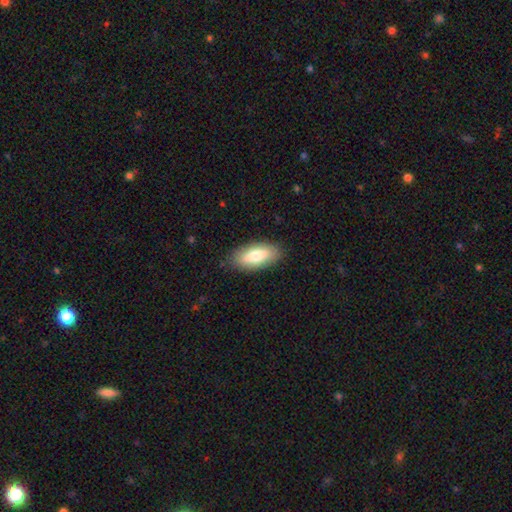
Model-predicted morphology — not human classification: Smooth or featured? smooth (76%)
How rounded? in between (86%)
Merging? none (85%)